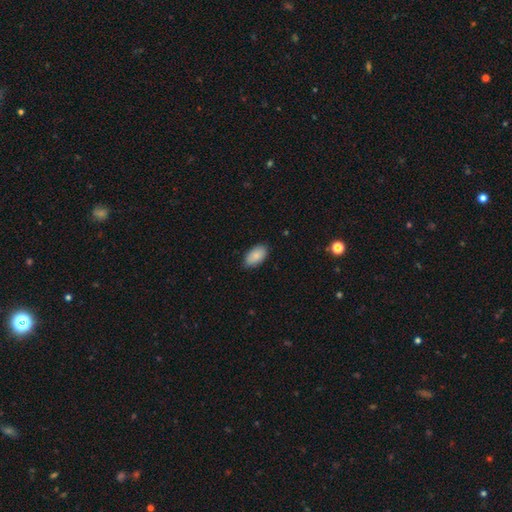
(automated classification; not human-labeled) Smooth or featured? Predicted: smooth (p=0.86). How rounded? Predicted: in between (p=0.94). Merging? Predicted: none (p=0.84).